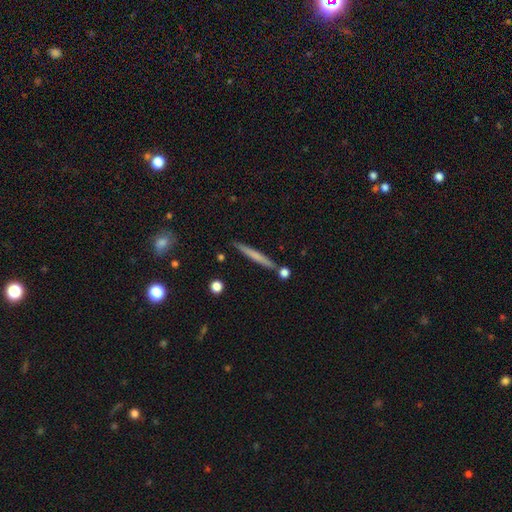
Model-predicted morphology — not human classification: The model was most divided on "smooth or featured": smooth: 59%, featured or disk: 35%, star or artifact: 6%. More confident: how rounded — cigar-shaped (96%); merging — none (85%).